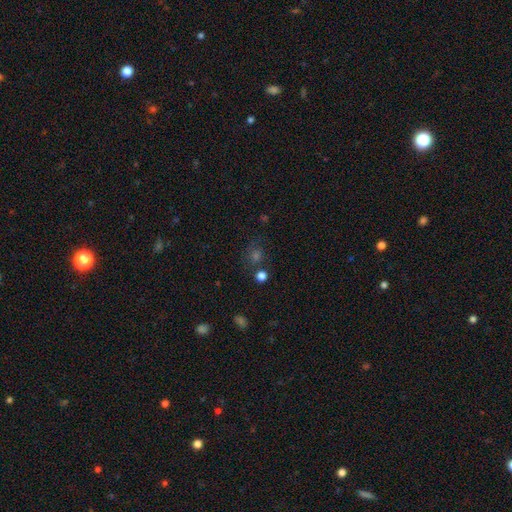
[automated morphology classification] smooth 46%, star or artifact 40%, featured or disk 14%. Down the decision tree: merging — none (72%).